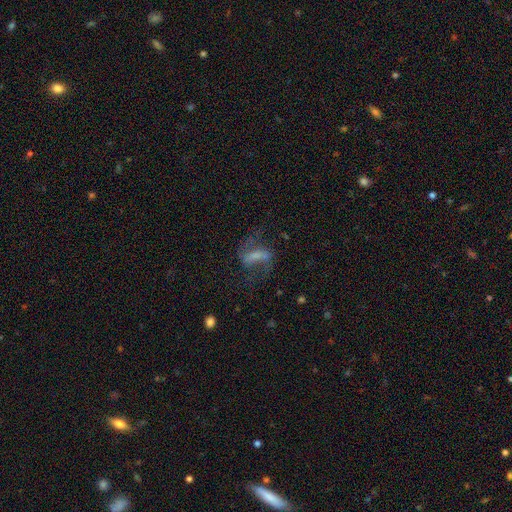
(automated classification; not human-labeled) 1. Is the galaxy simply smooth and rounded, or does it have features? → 70% featured or disk, 18% smooth, 13% star or artifact.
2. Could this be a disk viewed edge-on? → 90% no, 10% yes.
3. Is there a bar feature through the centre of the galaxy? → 58% strong, 30% weak, 12% no.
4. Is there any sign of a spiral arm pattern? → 86% yes, 14% no.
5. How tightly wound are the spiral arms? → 54% loose, 36% medium, 10% tight.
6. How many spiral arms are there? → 87% 2, 6% can't tell, 4% 1, 1% 3, 1% 4, 1% more than 4.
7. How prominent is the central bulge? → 37% none, 35% small, 20% moderate, 6% large, 2% dominant.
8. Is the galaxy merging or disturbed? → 64% none, 18% major disturbance, 15% minor disturbance, 2% merger.